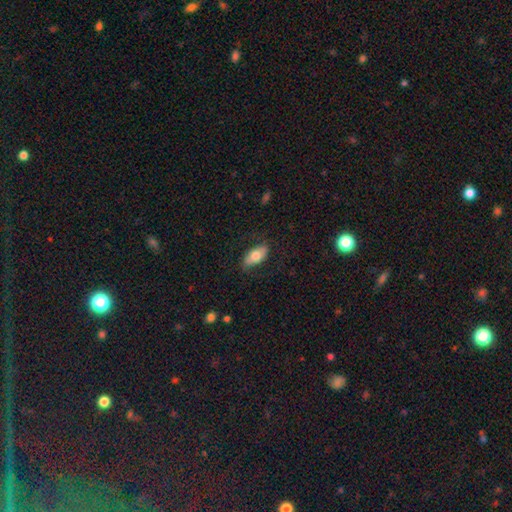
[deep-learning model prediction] Smooth or featured? smooth (71%)
How rounded? in between (90%)
Merging? none (77%)